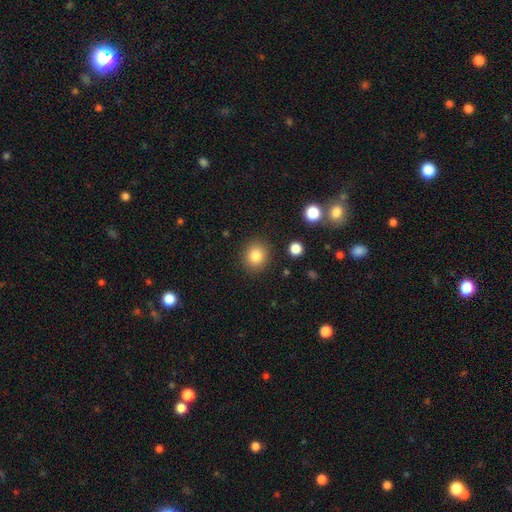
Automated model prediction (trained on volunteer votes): A smooth galaxy with no disk features (83%) that is round (80%).

Vote fractions:
- Smooth or featured? smooth: 83% / star or artifact: 10% / featured or disk: 6%
- How rounded? round: 80% / in between: 19% / cigar-shaped: 1%
- Merging? none: 88% / minor disturbance: 7% / major disturbance: 3% / merger: 2%